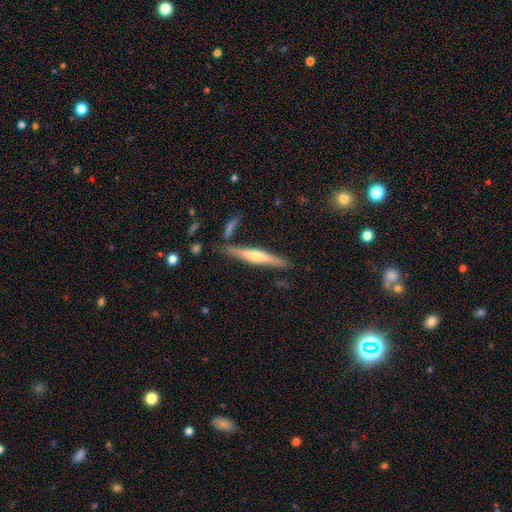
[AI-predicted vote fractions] Smooth or featured: featured or disk — 66% (smooth — 28%)
Edge-on disk: yes — 96% (no — 4%)
Edge-on bulge: rounded — 76% (none — 14%)
Merging: none — 81% (minor disturbance — 11%)